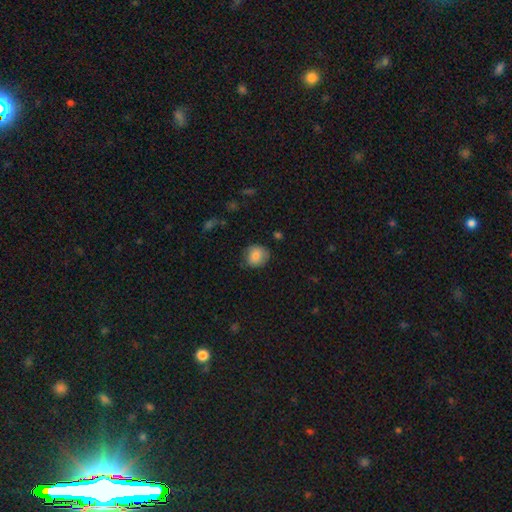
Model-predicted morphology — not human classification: Smooth or featured?
  - smooth: 82% *
  - featured or disk: 10%
  - star or artifact: 8%
How rounded?
  - round: 78% *
  - in between: 21%
  - cigar-shaped: 1%
Merging?
  - none: 75% *
  - minor disturbance: 20%
  - major disturbance: 4%
  - merger: 1%